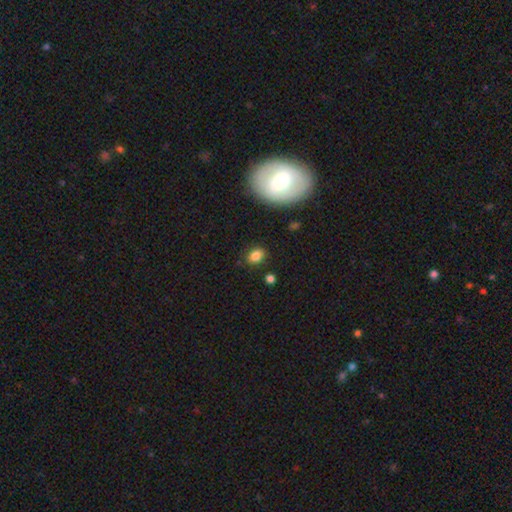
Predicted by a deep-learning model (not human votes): A smooth galaxy with no disk features (83%) that is in between round and cigar-shaped (71%). Merging: none (84%).